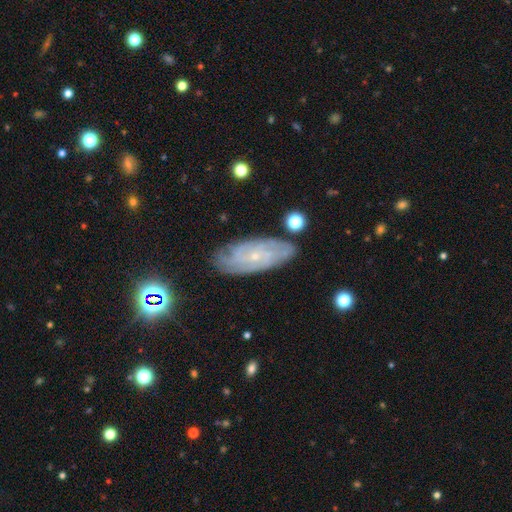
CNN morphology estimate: This is likely a featured or disk galaxy (78%). It is clearly not viewed edge-on (91%). Bar: likely no (72%). Spiral arm pattern: clearly yes (94%). Spiral arm count: marginally can't tell (41%). Spiral winding: likely tight (71%). Central bulge: clearly small (83%). Merging: likely none (79%).